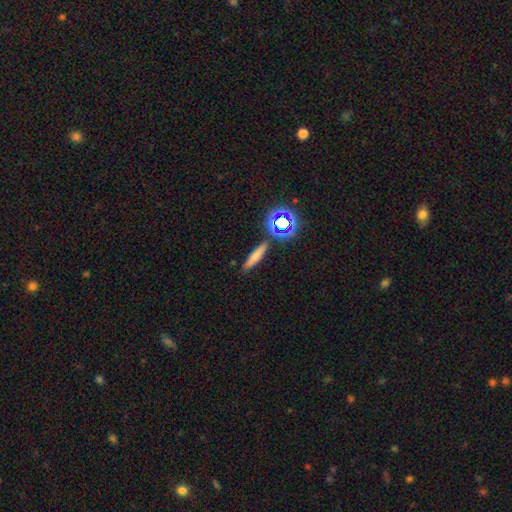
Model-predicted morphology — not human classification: smooth 70%, star or artifact 15%, featured or disk 15%. Down the decision tree: how rounded — cigar-shaped (84%); merging — none (84%).